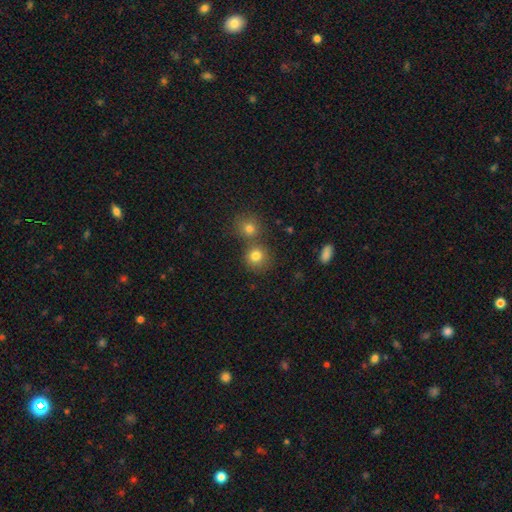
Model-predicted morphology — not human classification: Smooth or featured? Predicted: smooth (p=0.79). How rounded? Predicted: round (p=0.88). Merging? Predicted: none (p=0.61).